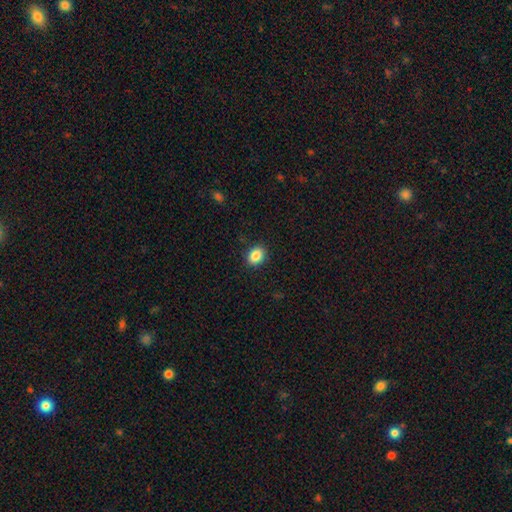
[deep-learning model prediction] This is clearly a smooth galaxy (87%). How rounded: possibly in between (58%). Merging: clearly none (89%).